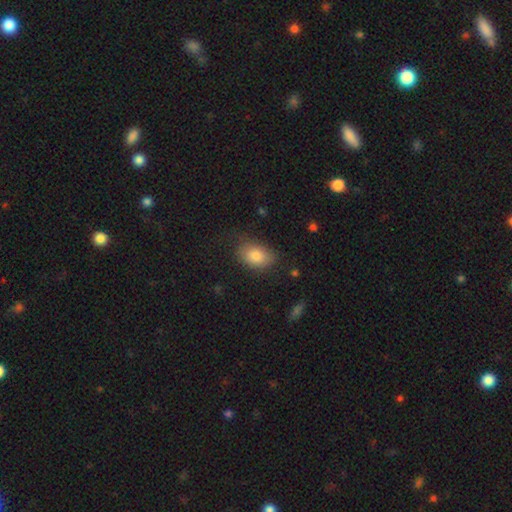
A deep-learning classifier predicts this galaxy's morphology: Smooth or featured: smooth — 85% (featured or disk — 8%)
How rounded: in between — 87% (round — 11%)
Merging: none — 69% (minor disturbance — 22%)